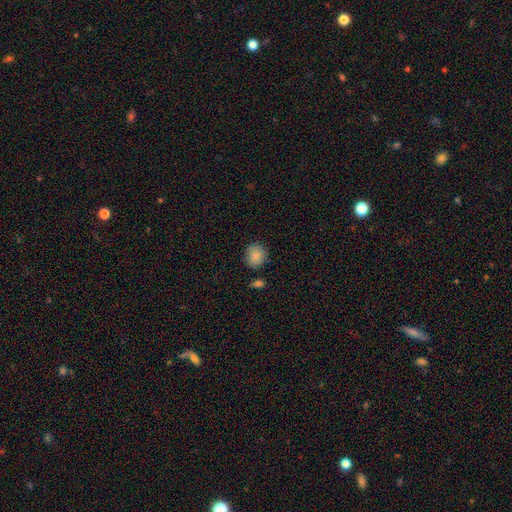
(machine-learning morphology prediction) type=smooth (87%); roundness=round (77%); merging=none (81%).